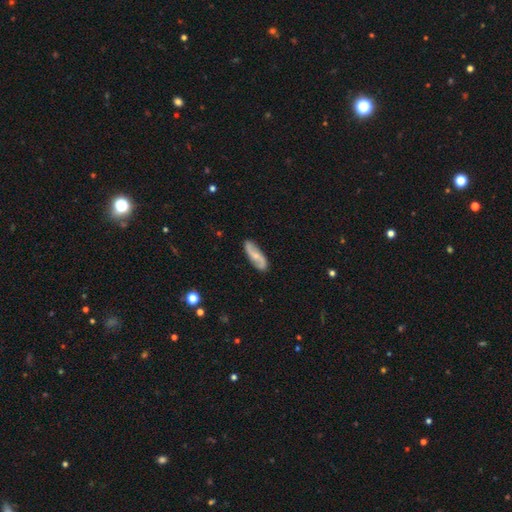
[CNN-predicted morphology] type=featured or disk (68%); edge-on=no (90%); bar=no (54%); spiral arms=yes (93%); winding=loose (59%); arm count=2 (91%); bulge=small (61%); merging=none (84%).